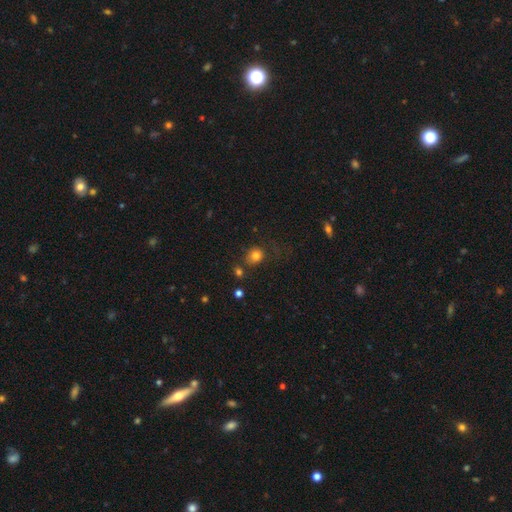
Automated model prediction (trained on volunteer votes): Smooth or featured? Predicted: smooth (p=0.79). How rounded? Predicted: round (p=0.77). Merging? Predicted: none (p=0.68).